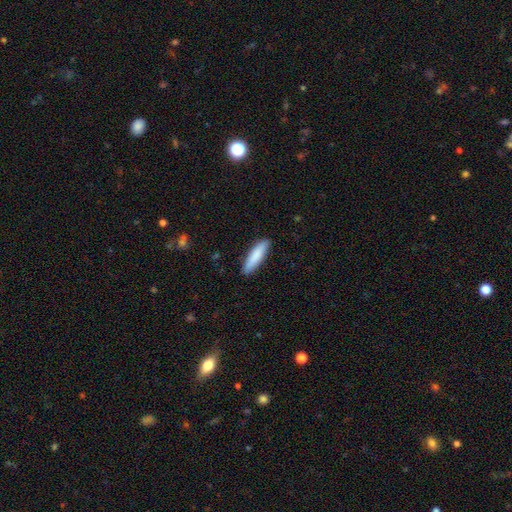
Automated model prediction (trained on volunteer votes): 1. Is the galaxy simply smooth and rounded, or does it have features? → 84% smooth, 10% featured or disk, 5% star or artifact.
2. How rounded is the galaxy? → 72% cigar-shaped, 27% in between, 1% round.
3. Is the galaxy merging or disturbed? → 88% none, 9% minor disturbance, 2% major disturbance, 1% merger.